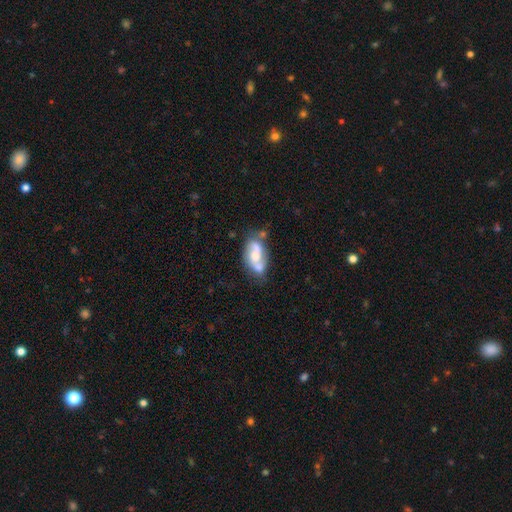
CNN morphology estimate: featured or disk 61%, smooth 32%, star or artifact 7%. Down the decision tree: edge-on disk — no (95%); bar — no (64%); spiral arms — yes (66%); bulge size — moderate (48%); merging — none (38%).